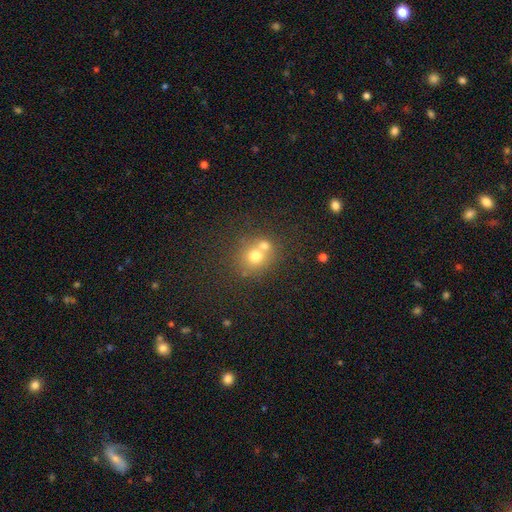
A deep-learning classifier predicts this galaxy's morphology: The model was most divided on "merging": none: 45%, merger: 44%, minor disturbance: 8%, major disturbance: 3%. More confident: how rounded — round (82%); smooth or featured — smooth (69%).